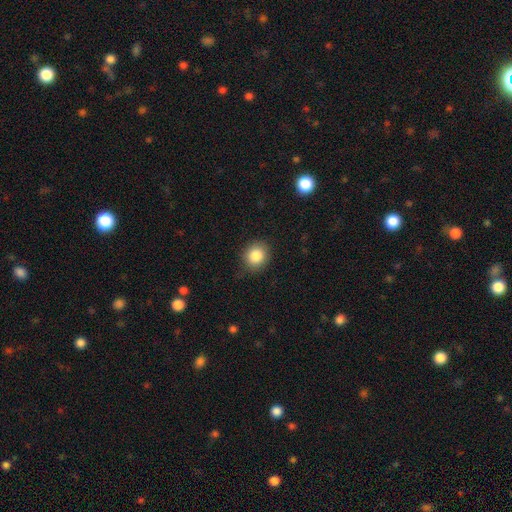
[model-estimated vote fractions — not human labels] Overall: smooth (86%). How rounded: round (73%). Merging: none (82%).